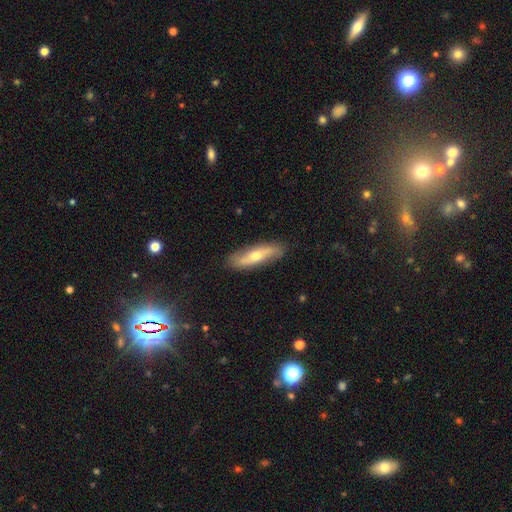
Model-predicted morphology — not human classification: Smooth or featured?
  - featured or disk: 53% *
  - smooth: 40%
  - star or artifact: 6%
Edge-on disk?
  - no: 53% *
  - yes: 47%
Merging?
  - none: 85% *
  - minor disturbance: 12%
  - major disturbance: 2%
  - merger: 1%